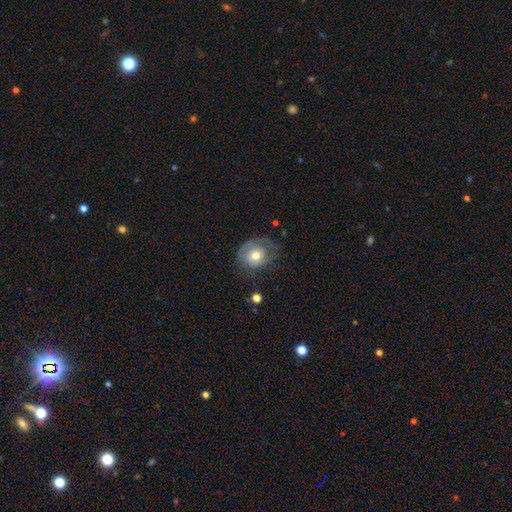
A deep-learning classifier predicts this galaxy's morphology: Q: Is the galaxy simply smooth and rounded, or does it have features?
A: smooth — 59%.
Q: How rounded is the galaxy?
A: round — 67%.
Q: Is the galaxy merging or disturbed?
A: none — 52%.